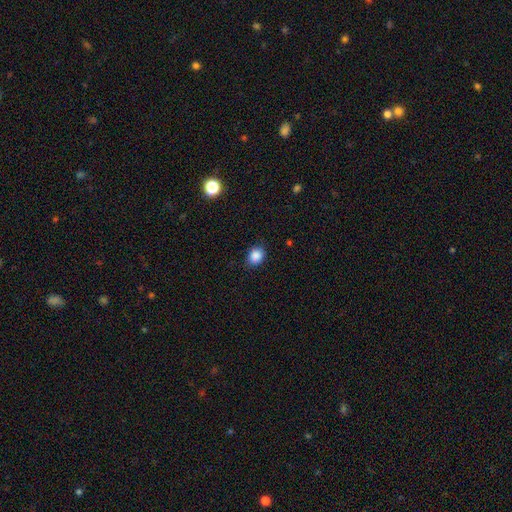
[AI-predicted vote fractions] Morphology: type=smooth (87%); roundness=round (57%); merging=none (81%).